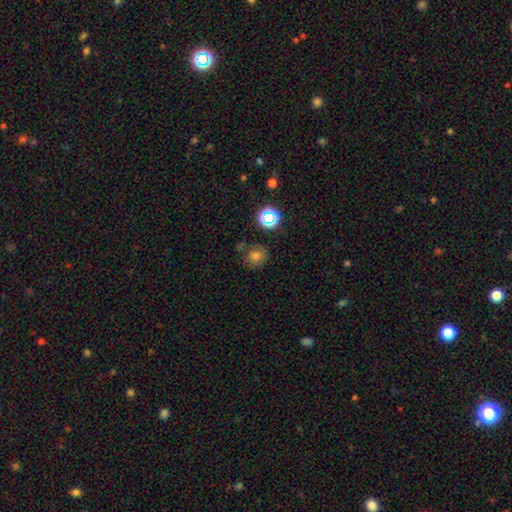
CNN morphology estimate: Smooth or featured: smooth — 71% (star or artifact — 20%)
How rounded: round — 85% (in between — 14%)
Merging: none — 73% (minor disturbance — 15%)